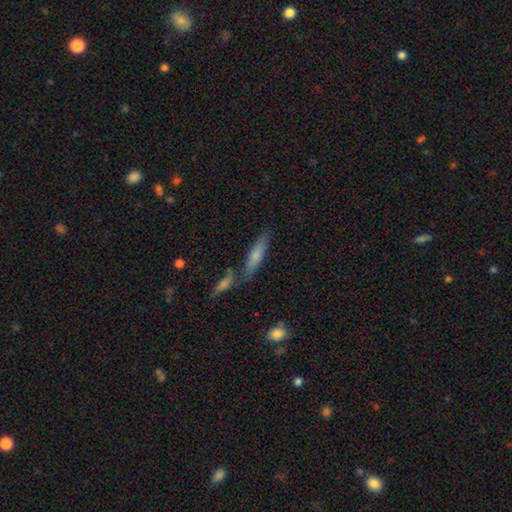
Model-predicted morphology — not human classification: A smooth galaxy with no disk features (69%) that is cigar-shaped (78%). Merging: none (68%).